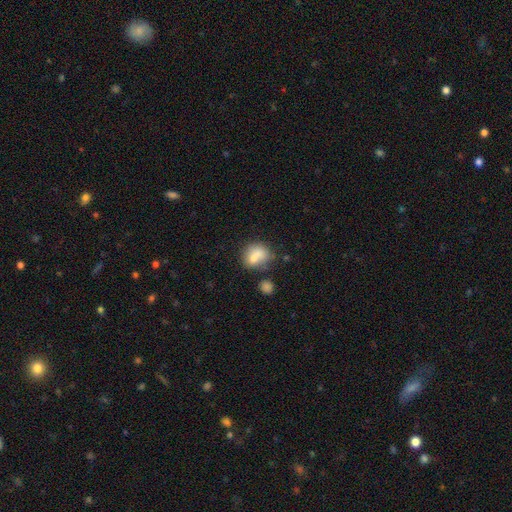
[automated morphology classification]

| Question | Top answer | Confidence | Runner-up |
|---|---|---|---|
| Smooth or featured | smooth | 74% | featured or disk (17%) |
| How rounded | round | 63% | in between (35%) |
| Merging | none | 44% | merger (33%) |